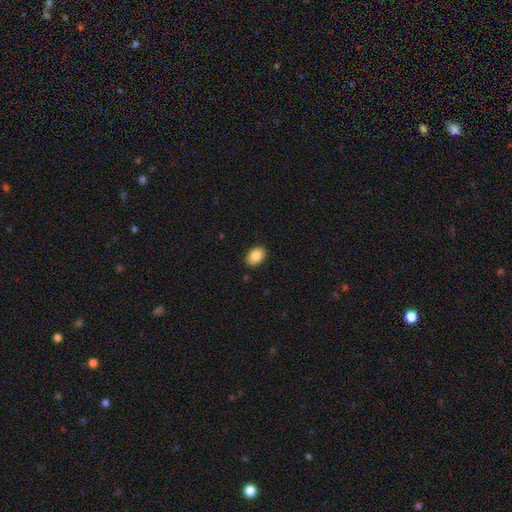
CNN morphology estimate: smooth 86%, star or artifact 8%, featured or disk 6%. Down the decision tree: how rounded — in between (82%); merging — none (89%).